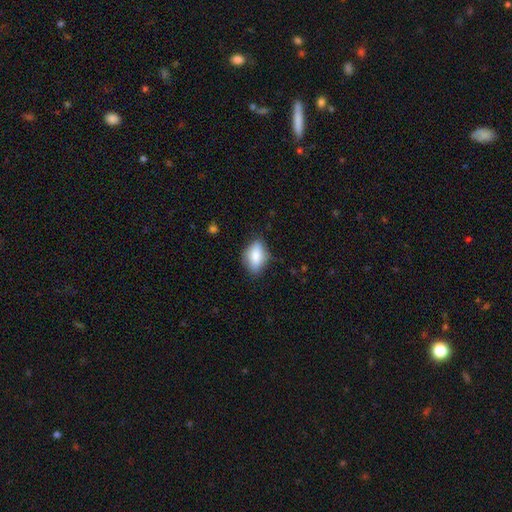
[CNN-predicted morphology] A smooth galaxy with no disk features (80%) that is in between round and cigar-shaped (87%).

Vote fractions:
- Smooth or featured? smooth: 80% / featured or disk: 12% / star or artifact: 7%
- How rounded? in between: 87% / round: 9% / cigar-shaped: 4%
- Merging? none: 71% / minor disturbance: 23% / major disturbance: 5% / merger: 1%